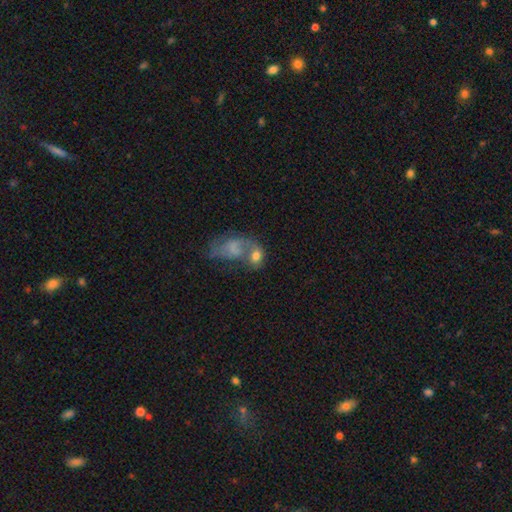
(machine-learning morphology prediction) Q: Smooth or featured?
A: smooth (64%); runner-up: featured or disk (25%)
Q: How rounded?
A: in between (64%); runner-up: round (34%)
Q: Merging?
A: merger (55%); runner-up: none (23%)